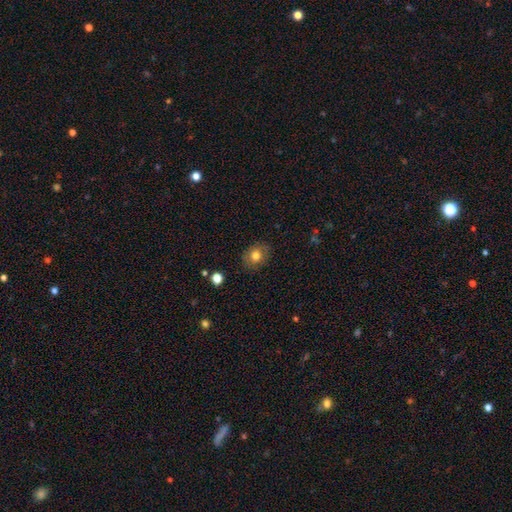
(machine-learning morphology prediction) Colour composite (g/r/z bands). It shows a smooth galaxy with no disk features (75%) that is round (59%). Merging: none (83%).